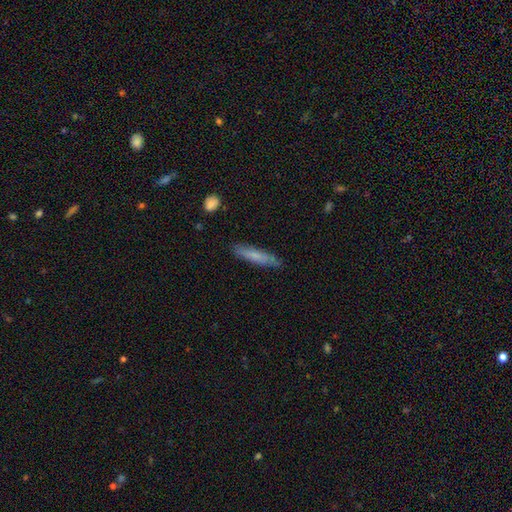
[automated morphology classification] Q: Smooth or featured?
A: smooth (66%); runner-up: featured or disk (27%)
Q: How rounded?
A: cigar-shaped (89%); runner-up: in between (10%)
Q: Merging?
A: none (83%); runner-up: minor disturbance (13%)